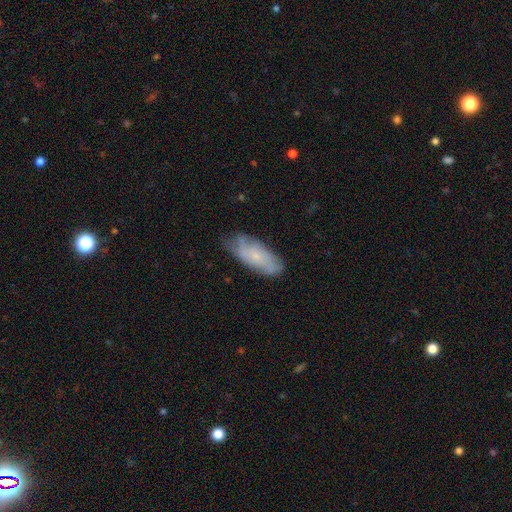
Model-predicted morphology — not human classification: Smooth or featured?
  - featured or disk: 50% *
  - smooth: 43%
  - star or artifact: 7%
Edge-on disk?
  - no: 88% *
  - yes: 12%
Merging?
  - none: 68% *
  - minor disturbance: 24%
  - major disturbance: 6%
  - merger: 2%